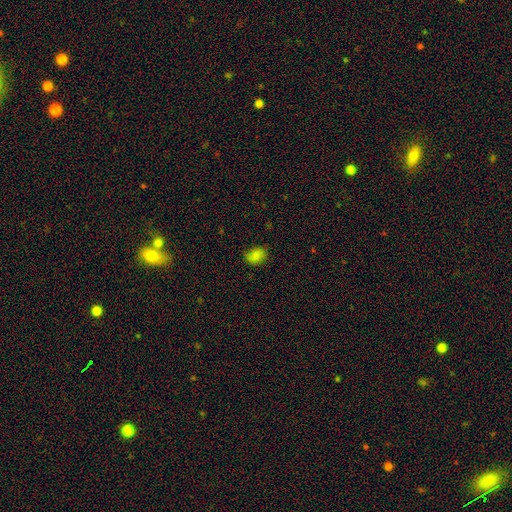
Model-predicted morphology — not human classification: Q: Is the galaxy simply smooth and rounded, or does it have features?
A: smooth — 81%.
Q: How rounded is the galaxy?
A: in between — 59%.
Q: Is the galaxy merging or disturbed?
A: none — 72%.